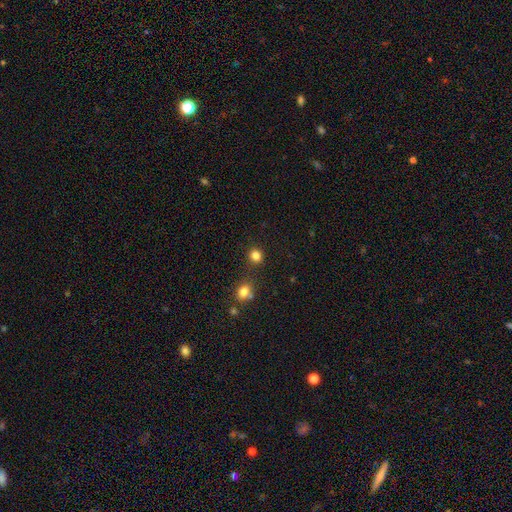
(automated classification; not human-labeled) Morphology: type=smooth (83%); roundness=round (83%); merging=none (81%).